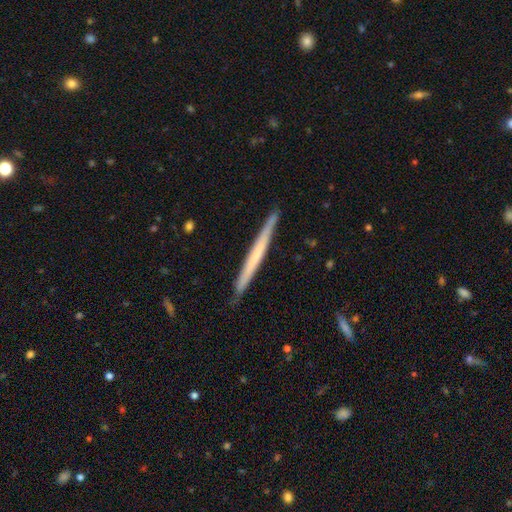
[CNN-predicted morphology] smooth-or-featured: featured or disk: 48% | smooth: 47% | star or artifact: 5%
  merging: none: 90% | minor disturbance: 8% | major disturbance: 1% | merger: 1%